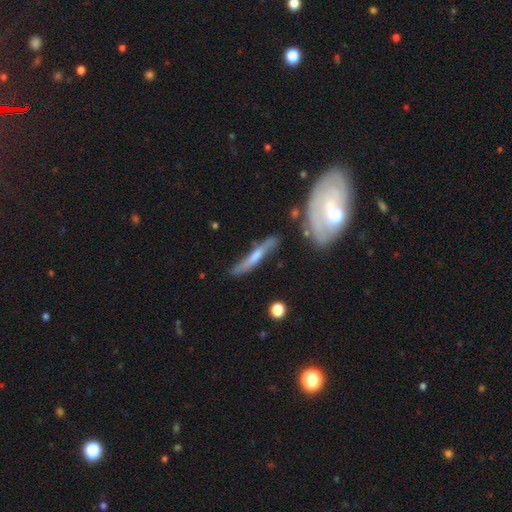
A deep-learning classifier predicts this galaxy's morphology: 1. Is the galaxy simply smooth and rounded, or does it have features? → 63% featured or disk, 27% smooth, 10% star or artifact.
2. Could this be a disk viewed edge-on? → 72% yes, 28% no.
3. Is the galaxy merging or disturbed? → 71% none, 16% minor disturbance, 8% merger, 5% major disturbance.